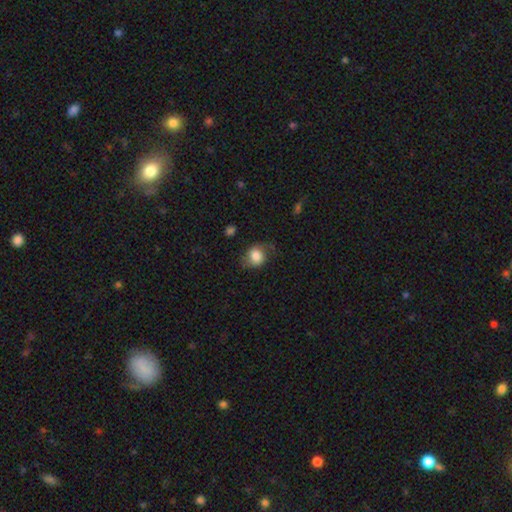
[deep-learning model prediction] smooth 73%, featured or disk 19%, star or artifact 8%. Down the decision tree: how rounded — round (61%); merging — none (57%).